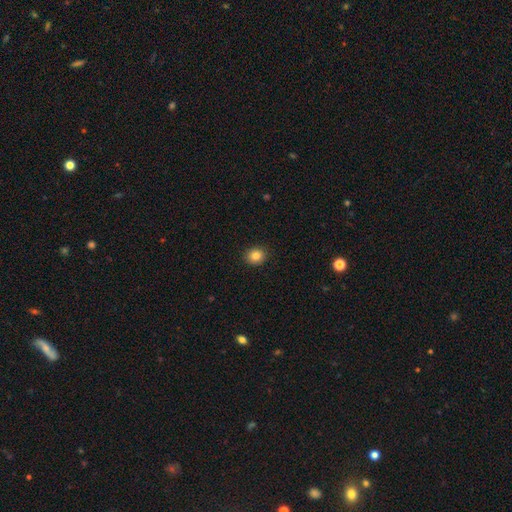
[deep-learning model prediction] Smooth or featured? smooth (83%)
How rounded? round (75%)
Merging? none (91%)